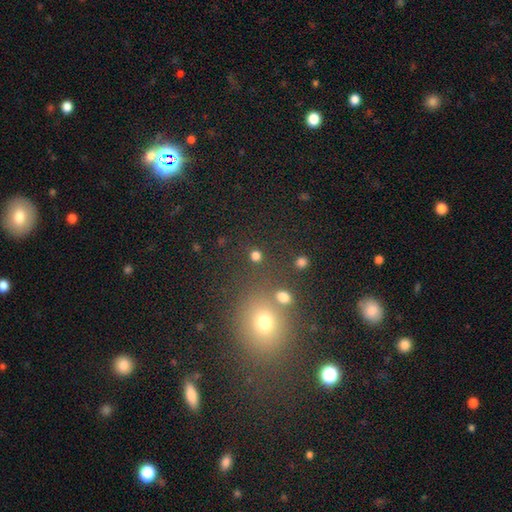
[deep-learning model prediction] Smooth or featured? smooth (77%)
How rounded? round (88%)
Merging? none (82%)